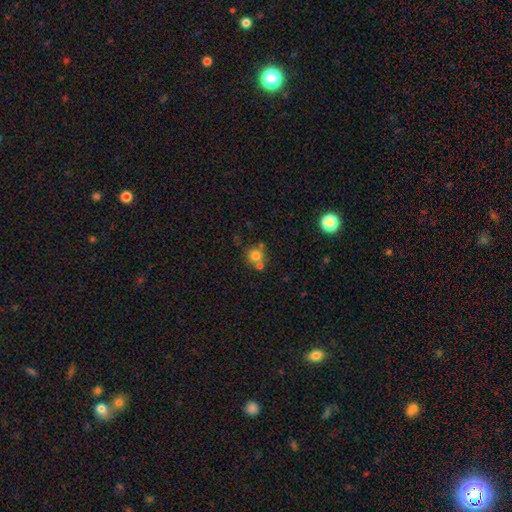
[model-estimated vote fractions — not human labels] This is likely a smooth galaxy (74%). How rounded: clearly round (86%). Merging: possibly none (56%).